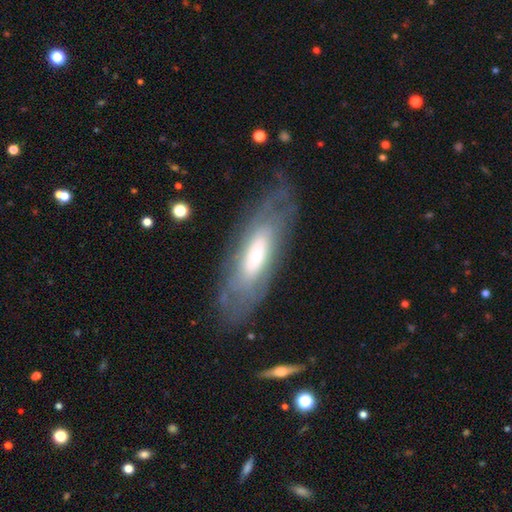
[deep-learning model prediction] The model was most divided on "smooth or featured": featured or disk: 58%, smooth: 35%, star or artifact: 7%. More confident: edge-on disk — no (74%); merging — none (69%).